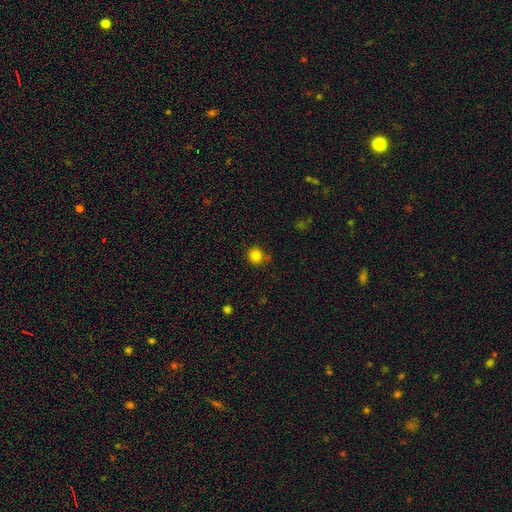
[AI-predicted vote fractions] Overall: smooth (83%). How rounded: round (91%). Merging: none (80%).